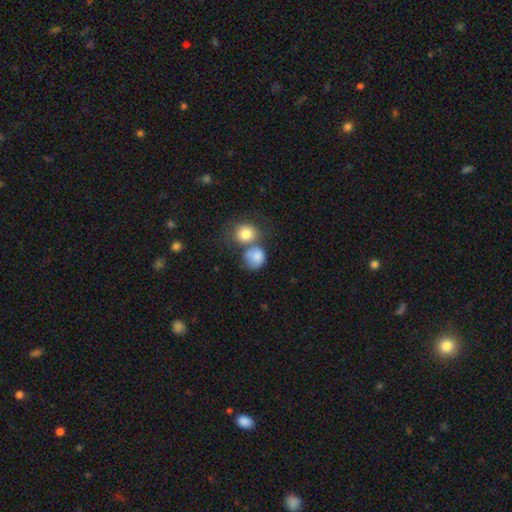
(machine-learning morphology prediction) smooth_or_featured: smooth (p=0.81) [alt: featured or disk p=0.11]
how_rounded: round (p=0.73) [alt: in between p=0.26]
merging: merger (p=0.46) [alt: none p=0.31]